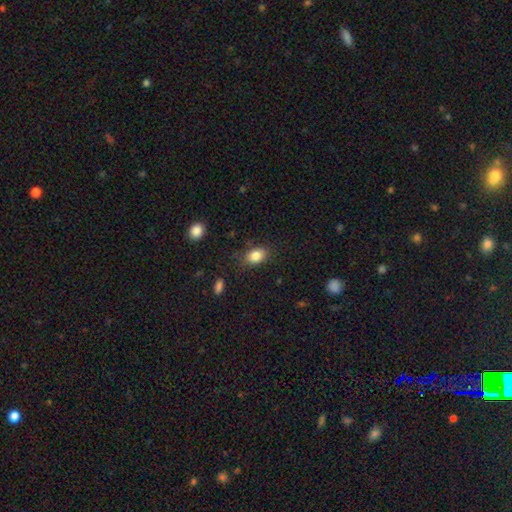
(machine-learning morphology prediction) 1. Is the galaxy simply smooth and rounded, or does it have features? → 85% smooth, 9% star or artifact, 6% featured or disk.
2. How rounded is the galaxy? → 79% in between, 19% round, 1% cigar-shaped.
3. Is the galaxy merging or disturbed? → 80% none, 14% minor disturbance, 4% major disturbance, 2% merger.